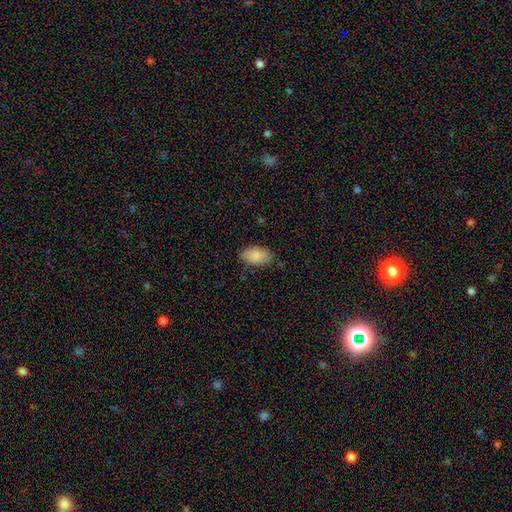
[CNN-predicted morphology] smooth-or-featured: smooth: 87% | star or artifact: 7% | featured or disk: 6%
  how-rounded: in between: 94% | round: 4% | cigar-shaped: 2%
  merging: none: 82% | minor disturbance: 14% | major disturbance: 3% | merger: 1%